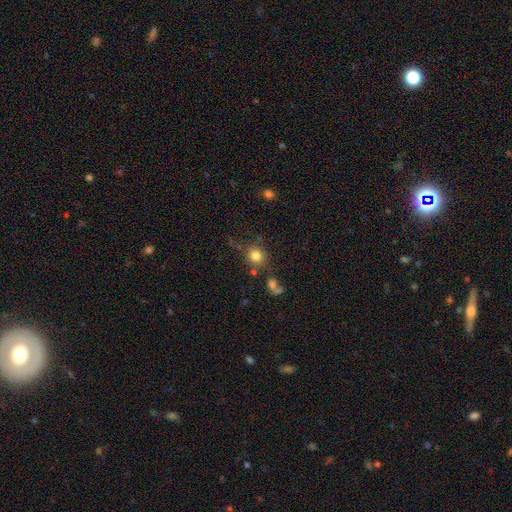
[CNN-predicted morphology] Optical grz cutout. It shows a smooth galaxy with no disk features (81%) that is round (84%). Merging: none (75%).